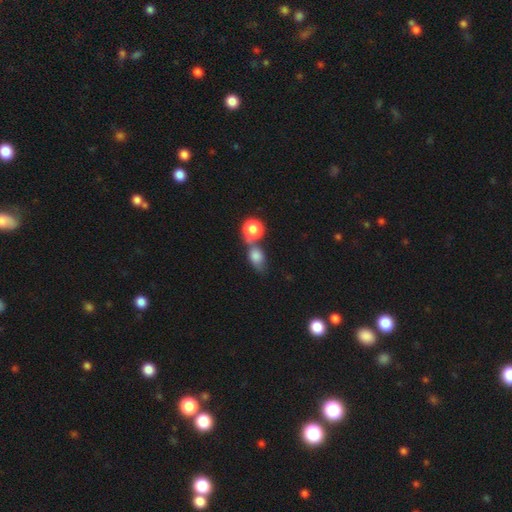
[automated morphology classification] smooth-or-featured: smooth: 77% | featured or disk: 12% | star or artifact: 11%
  how-rounded: in between: 63% | round: 33% | cigar-shaped: 4%
  merging: merger: 44% | none: 37% | minor disturbance: 13% | major disturbance: 7%